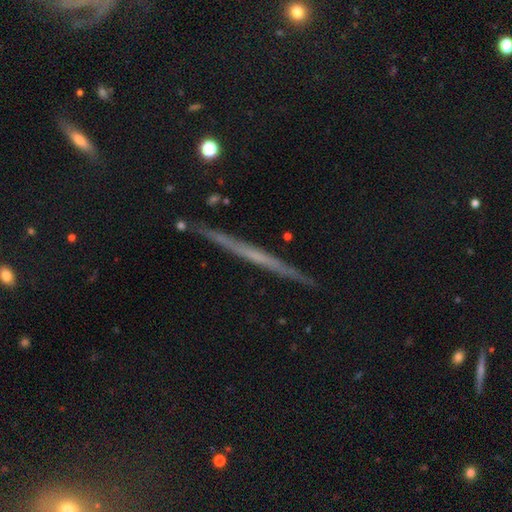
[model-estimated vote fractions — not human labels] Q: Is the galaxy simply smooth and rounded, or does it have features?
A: featured or disk — 64%.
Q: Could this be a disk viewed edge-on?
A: yes — 97%.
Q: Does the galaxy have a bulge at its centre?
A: none — 86%.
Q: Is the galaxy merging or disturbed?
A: none — 90%.